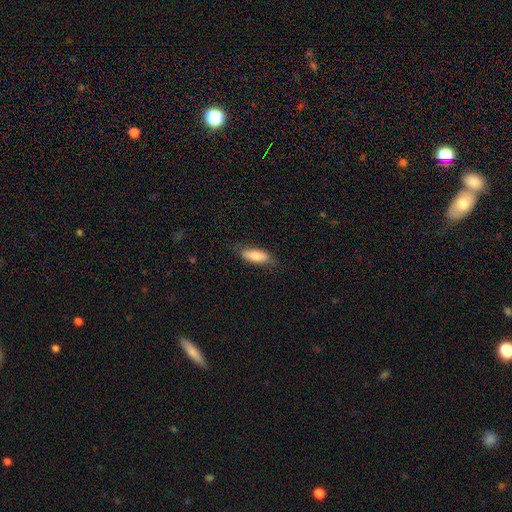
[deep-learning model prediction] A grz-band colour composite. It shows a smooth galaxy with no disk features (76%) that is in between round and cigar-shaped (60%). Merging: none (75%).